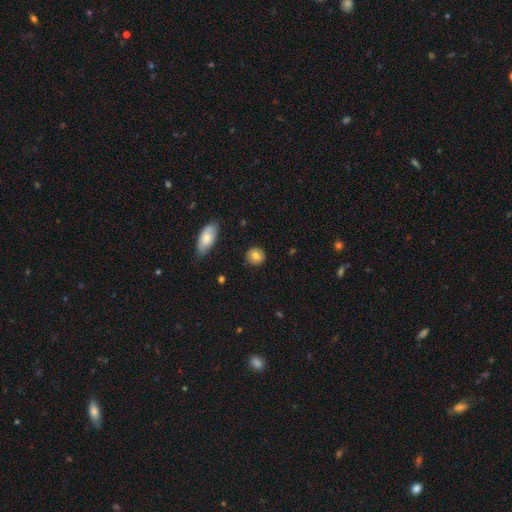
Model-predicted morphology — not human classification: Smooth or featured: smooth — 78% (featured or disk — 14%)
How rounded: round — 82% (in between — 16%)
Merging: none — 87% (minor disturbance — 9%)